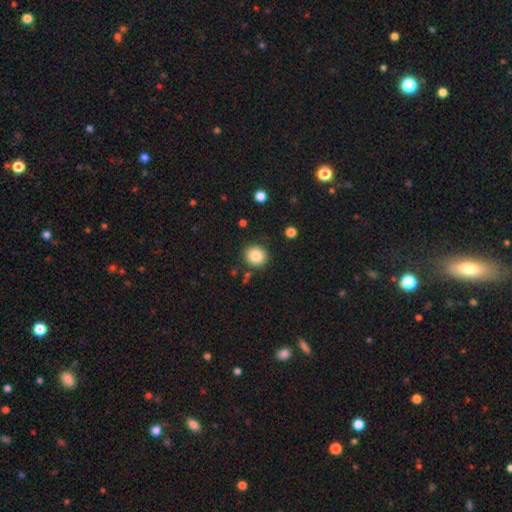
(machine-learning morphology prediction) The model was most divided on "smooth or featured": smooth: 84%, star or artifact: 10%, featured or disk: 6%. More confident: merging — none (88%); how rounded — round (88%).